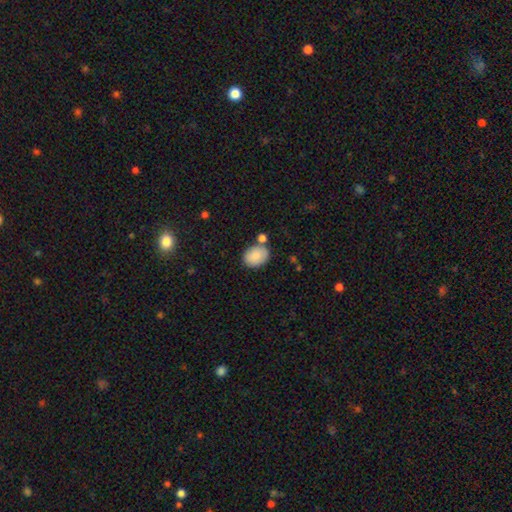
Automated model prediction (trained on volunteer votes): Smooth or featured: smooth — 86% (star or artifact — 7%)
How rounded: in between — 66% (round — 33%)
Merging: none — 70% (minor disturbance — 14%)